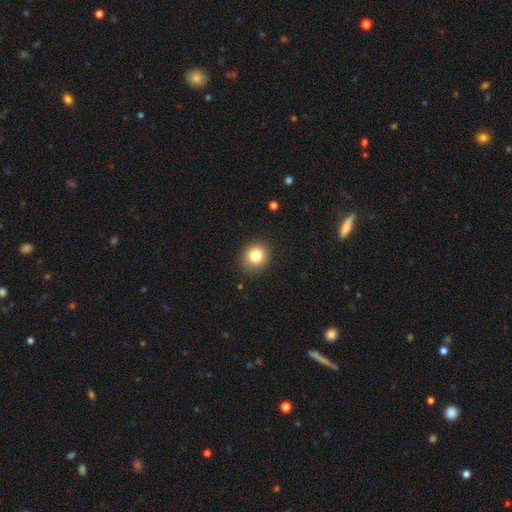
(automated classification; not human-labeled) Q: Smooth or featured?
A: smooth (82%); runner-up: star or artifact (11%)
Q: How rounded?
A: round (82%); runner-up: in between (17%)
Q: Merging?
A: none (88%); runner-up: minor disturbance (9%)